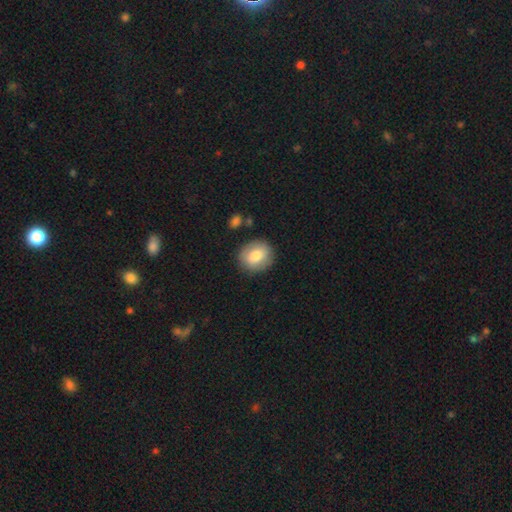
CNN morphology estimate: Smooth or featured?
  - smooth: 76% *
  - featured or disk: 16%
  - star or artifact: 8%
How rounded?
  - round: 80% *
  - in between: 19%
  - cigar-shaped: 1%
Merging?
  - none: 86% *
  - minor disturbance: 9%
  - major disturbance: 3%
  - merger: 2%